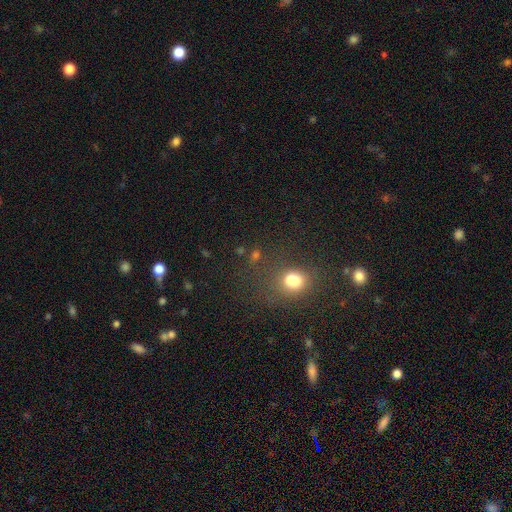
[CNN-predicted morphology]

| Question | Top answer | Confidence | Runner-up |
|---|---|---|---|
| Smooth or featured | smooth | 62% | star or artifact (30%) |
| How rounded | round | 66% | in between (32%) |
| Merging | none | 68% | minor disturbance (14%) |